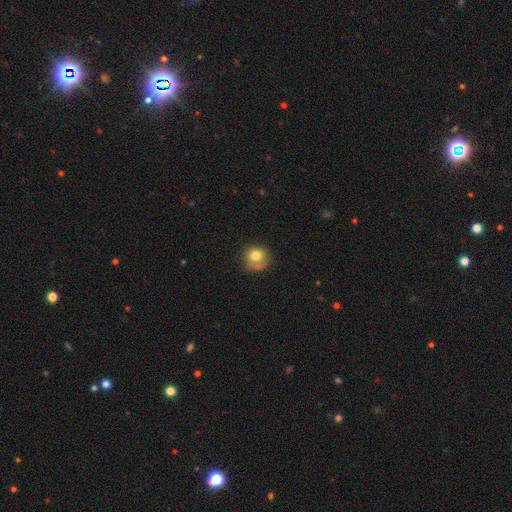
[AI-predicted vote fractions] smooth 76%, featured or disk 14%, star or artifact 10%. Down the decision tree: how rounded — round (82%); merging — none (55%).